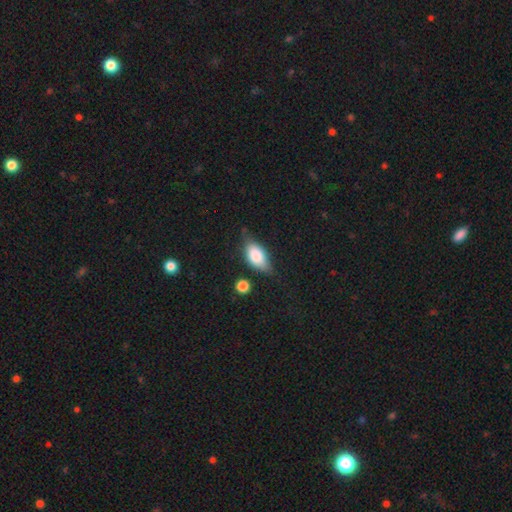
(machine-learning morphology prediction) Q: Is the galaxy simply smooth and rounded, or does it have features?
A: smooth — 76%.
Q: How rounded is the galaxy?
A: in between — 87%.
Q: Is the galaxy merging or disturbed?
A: none — 60%.